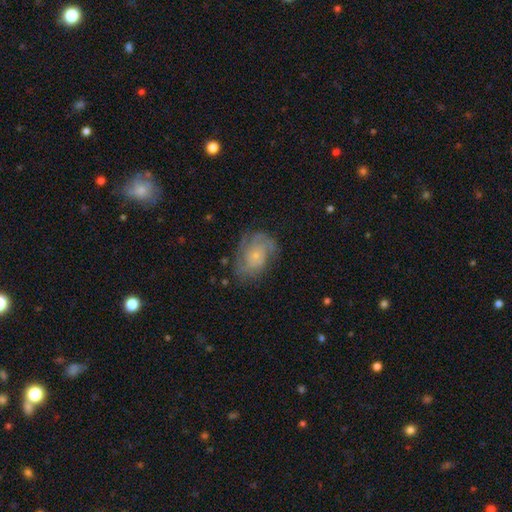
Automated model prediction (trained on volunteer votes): smooth_or_featured: featured or disk (p=0.73) [alt: smooth p=0.20]
disk_edge_on: no (p=0.97) [alt: yes p=0.03]
bar: no (p=0.79) [alt: weak p=0.19]
has_spiral_arms: yes (p=0.88) [alt: no p=0.12]
spiral_winding: tight (p=0.53) [alt: medium p=0.35]
spiral_arm_count: can't tell (p=0.36) [alt: 2 p=0.32]
bulge_size: small (p=0.76) [alt: moderate p=0.17]
merging: none (p=0.63) [alt: minor disturbance p=0.22]